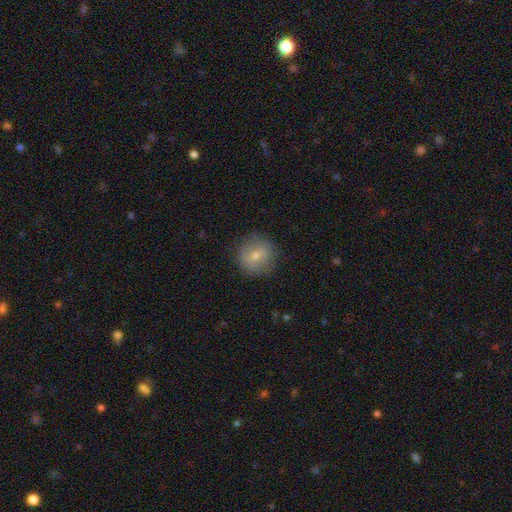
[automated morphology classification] Smooth or featured? Predicted: smooth (p=0.64). How rounded? Predicted: round (p=0.90). Merging? Predicted: none (p=0.84).